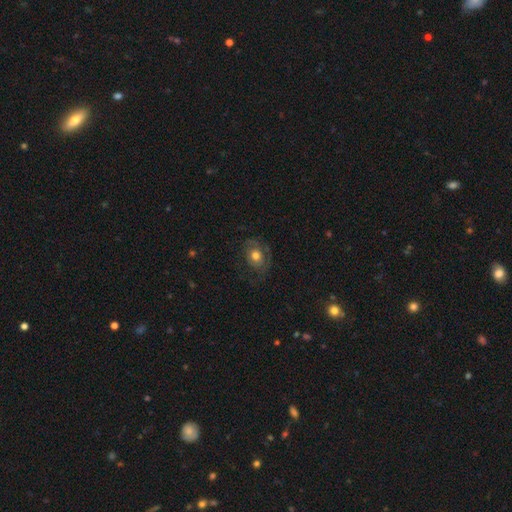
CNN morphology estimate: smooth_or_featured: smooth (p=0.52) [alt: featured or disk p=0.39]
how_rounded: in between (p=0.52) [alt: round p=0.47]
merging: none (p=0.60) [alt: minor disturbance p=0.21]